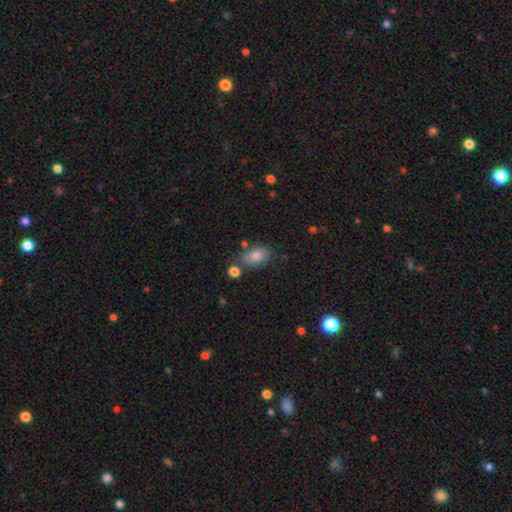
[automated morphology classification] smooth 79%, featured or disk 11%, star or artifact 10%. Down the decision tree: how rounded — in between (85%); merging — none (70%).